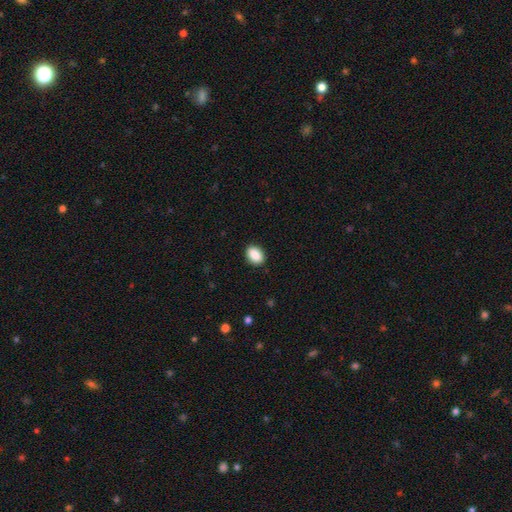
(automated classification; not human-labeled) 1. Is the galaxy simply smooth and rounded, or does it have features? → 89% smooth, 7% star or artifact, 3% featured or disk.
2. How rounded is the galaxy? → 80% in between, 18% round, 1% cigar-shaped.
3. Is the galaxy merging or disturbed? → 89% none, 8% minor disturbance, 2% major disturbance, 1% merger.